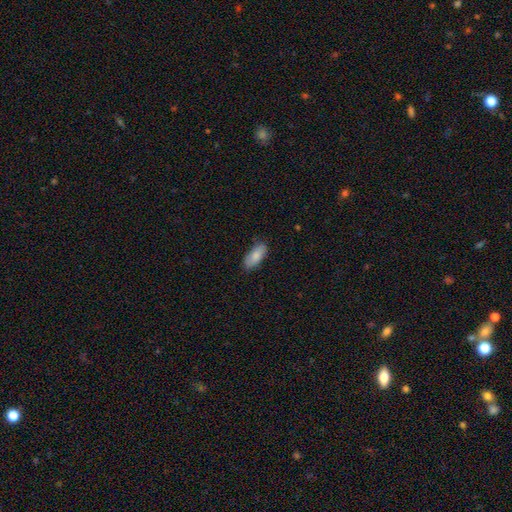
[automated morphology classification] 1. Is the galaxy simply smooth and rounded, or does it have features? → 82% smooth, 12% featured or disk, 6% star or artifact.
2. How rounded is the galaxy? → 82% in between, 16% cigar-shaped, 2% round.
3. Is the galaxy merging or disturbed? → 81% none, 15% minor disturbance, 3% major disturbance, 1% merger.